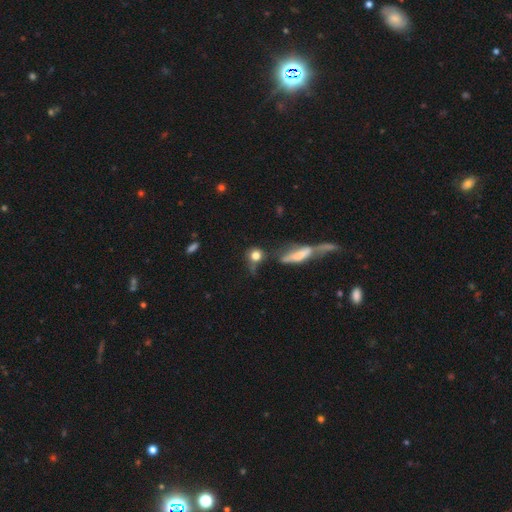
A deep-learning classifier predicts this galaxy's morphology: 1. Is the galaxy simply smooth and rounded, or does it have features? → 76% smooth, 13% featured or disk, 11% star or artifact.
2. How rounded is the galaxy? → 77% round, 18% in between, 5% cigar-shaped.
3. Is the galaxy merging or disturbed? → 44% none, 25% merger, 18% minor disturbance, 13% major disturbance.